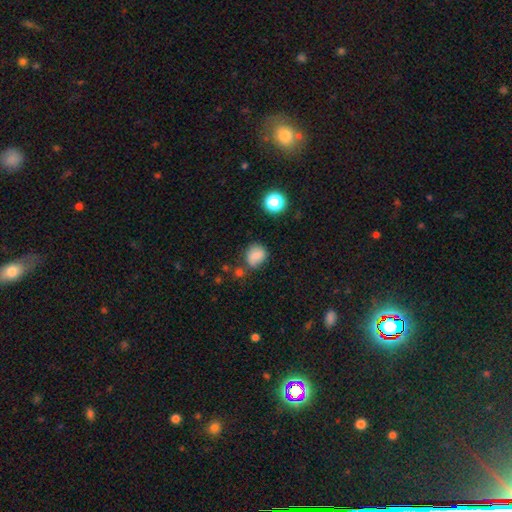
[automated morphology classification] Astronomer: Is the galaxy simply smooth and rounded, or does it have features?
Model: smooth — 75%.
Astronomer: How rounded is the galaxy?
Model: round — 69%.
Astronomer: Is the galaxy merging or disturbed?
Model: none — 62%.